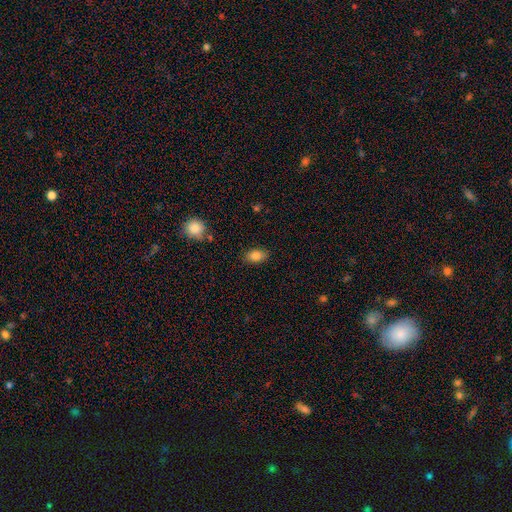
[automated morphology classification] A smooth galaxy with no disk features (84%) that is in between round and cigar-shaped (86%).

Vote fractions:
- Smooth or featured? smooth: 84% / star or artifact: 9% / featured or disk: 7%
- How rounded? in between: 86% / round: 12% / cigar-shaped: 2%
- Merging? none: 84% / minor disturbance: 12% / major disturbance: 3% / merger: 2%